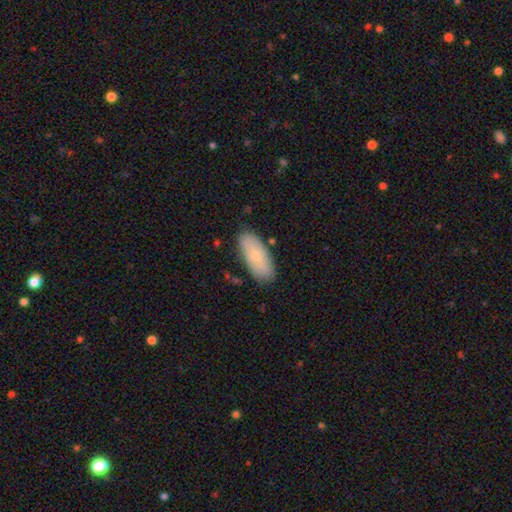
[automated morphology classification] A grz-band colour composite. It shows a smooth galaxy with no disk features (75%) that is in between round and cigar-shaped (85%). Merging: none (83%).